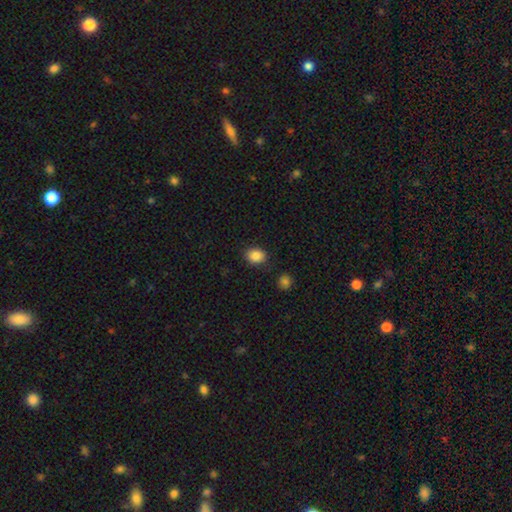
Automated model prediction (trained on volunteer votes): This is clearly a smooth galaxy (87%). How rounded: possibly in between (53%). Merging: clearly none (84%).